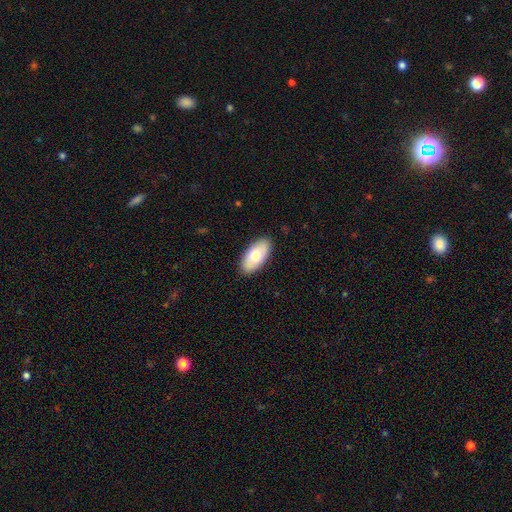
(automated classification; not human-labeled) smooth_or_featured: smooth (p=0.69) [alt: featured or disk p=0.25]
how_rounded: in between (p=0.94) [alt: cigar-shaped p=0.03]
merging: none (p=0.88) [alt: minor disturbance p=0.09]